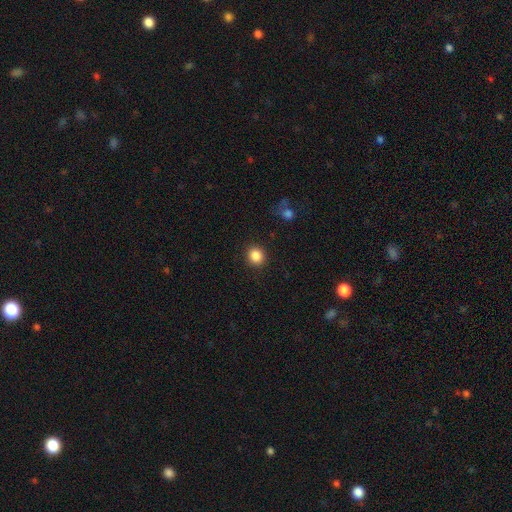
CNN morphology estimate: Smooth or featured?
  - smooth: 86% *
  - star or artifact: 10%
  - featured or disk: 4%
How rounded?
  - round: 85% *
  - in between: 14%
  - cigar-shaped: 1%
Merging?
  - none: 90% *
  - minor disturbance: 6%
  - major disturbance: 2%
  - merger: 1%